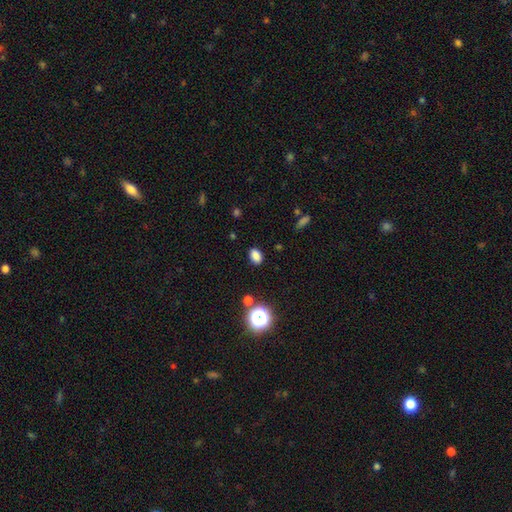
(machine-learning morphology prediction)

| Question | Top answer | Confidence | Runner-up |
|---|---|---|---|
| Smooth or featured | smooth | 81% | star or artifact (14%) |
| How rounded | in between | 75% | round (24%) |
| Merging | none | 86% | minor disturbance (9%) |